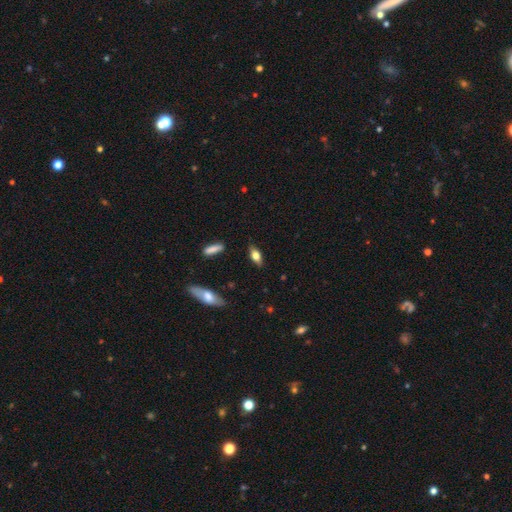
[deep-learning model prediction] smooth_or_featured: smooth (p=0.62) [alt: featured or disk p=0.31]
how_rounded: in between (p=0.71) [alt: cigar-shaped p=0.25]
merging: none (p=0.84) [alt: minor disturbance p=0.12]